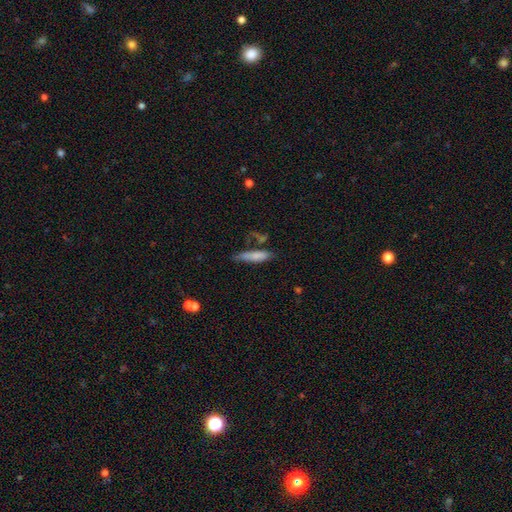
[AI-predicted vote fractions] This appears to be a smooth galaxy with no disk features (75%) that is cigar-shaped (71%). Merging: none (48%).